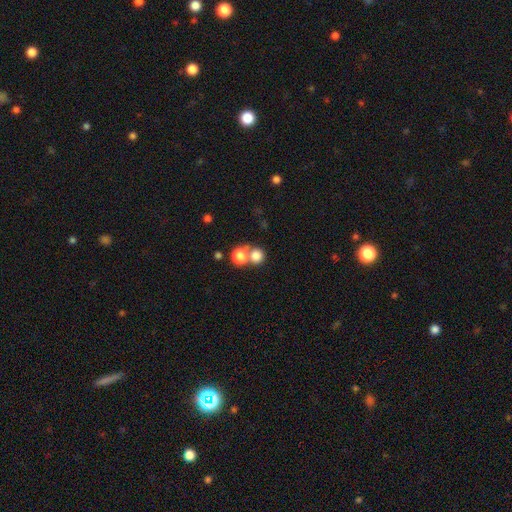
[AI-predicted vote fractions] This is likely a smooth galaxy (79%). How rounded: clearly round (88%). Merging: possibly none (52%).